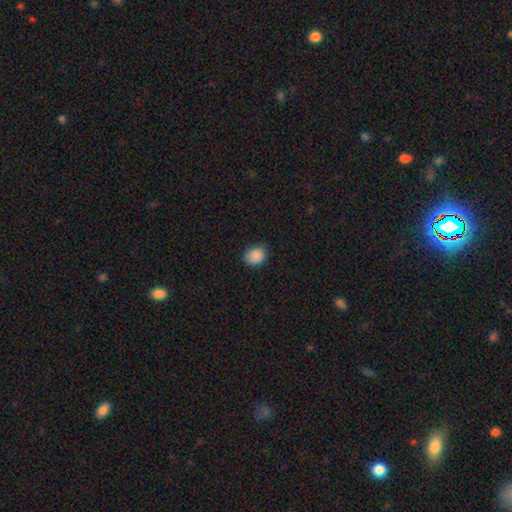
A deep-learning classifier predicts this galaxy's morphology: A smooth galaxy with no disk features (88%) that is in between round and cigar-shaped (52%).

Vote fractions:
- Smooth or featured? smooth: 88% / star or artifact: 8% / featured or disk: 3%
- How rounded? in between: 52% / round: 47% / cigar-shaped: 1%
- Merging? none: 77% / minor disturbance: 19% / major disturbance: 3% / merger: 1%